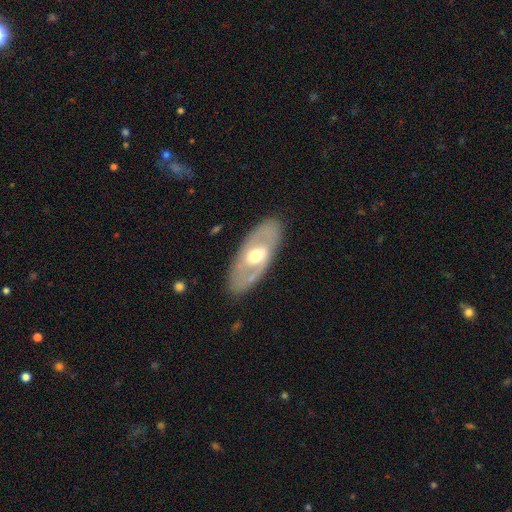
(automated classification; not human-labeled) A featured or disk galaxy (66%) with no bar (50%), no spiral arms (59%) and a moderate central bulge (71%).

Vote fractions:
- Smooth or featured? featured or disk: 66% / smooth: 29% / star or artifact: 5%
- Edge-on disk? no: 86% / yes: 14%
- Bar? no: 50% / weak: 35% / strong: 15%
- Spiral arms? no: 59% / yes: 41%
- Bulge size? moderate: 71% / small: 14% / large: 13% / dominant: 1% / none: 1%
- Merging? none: 84% / minor disturbance: 11% / major disturbance: 4% / merger: 1%